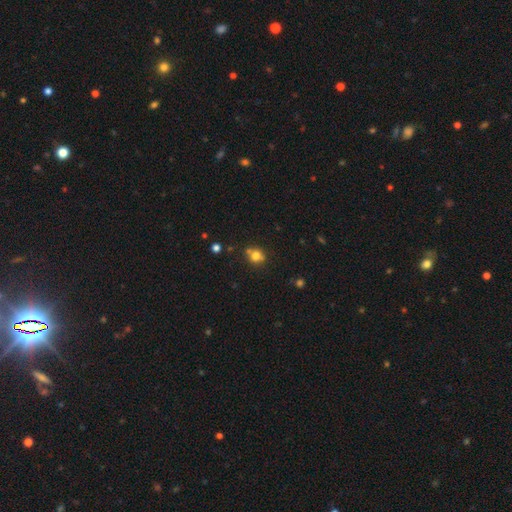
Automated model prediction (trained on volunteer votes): A smooth galaxy with no disk features (76%) that is round (81%). Merging: none (63%).